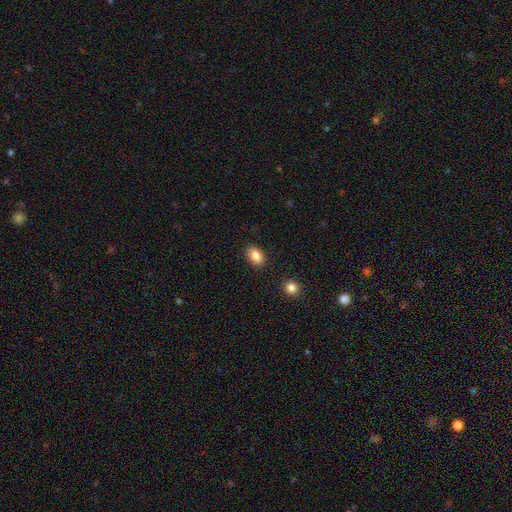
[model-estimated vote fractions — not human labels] smooth_or_featured: smooth (p=0.86) [alt: star or artifact p=0.08]
how_rounded: in between (p=0.84) [alt: round p=0.14]
merging: none (p=0.88) [alt: minor disturbance p=0.08]